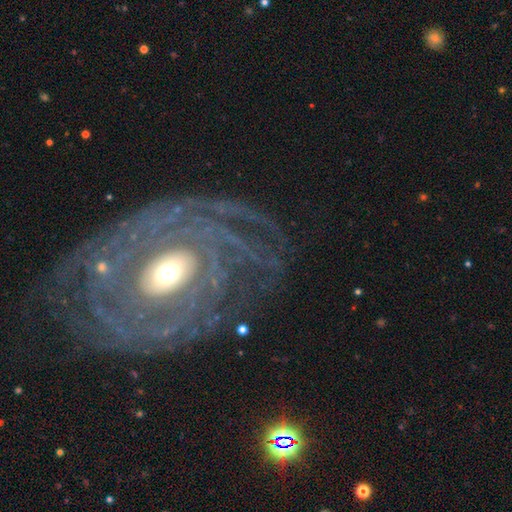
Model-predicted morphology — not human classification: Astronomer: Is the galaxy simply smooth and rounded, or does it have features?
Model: featured or disk — 88%.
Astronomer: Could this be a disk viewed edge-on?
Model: no — 96%.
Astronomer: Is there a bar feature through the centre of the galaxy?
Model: no — 56%.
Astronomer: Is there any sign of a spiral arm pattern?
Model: yes — 93%.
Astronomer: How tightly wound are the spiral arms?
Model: tight — 78%.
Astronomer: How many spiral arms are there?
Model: can't tell — 32% (runner-up: more than 4, 17%).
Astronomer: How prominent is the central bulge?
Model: moderate — 62%.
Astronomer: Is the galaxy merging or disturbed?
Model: none — 75%.